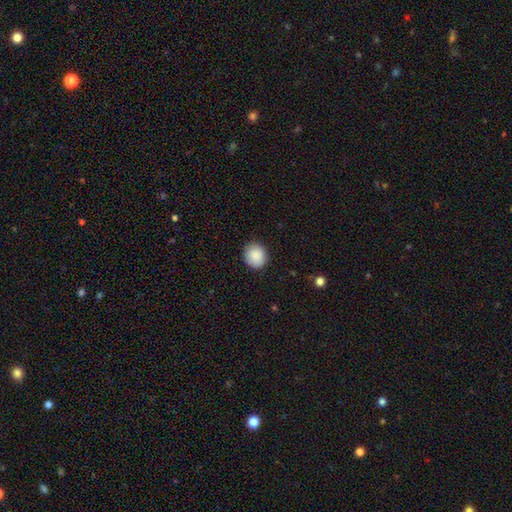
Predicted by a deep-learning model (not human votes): Morphology: type=smooth (89%); roundness=round (85%); merging=none (88%).